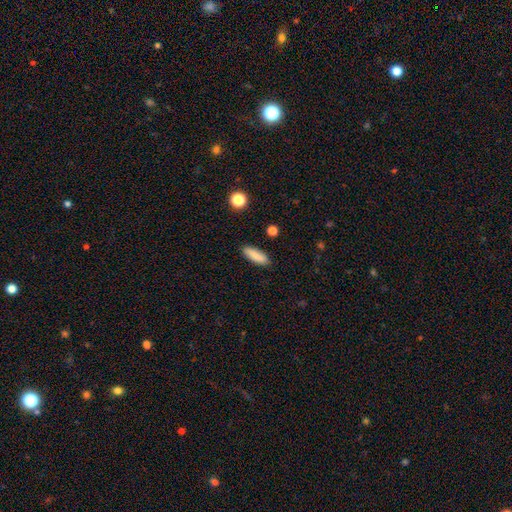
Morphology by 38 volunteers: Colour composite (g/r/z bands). It shows a smooth galaxy with no disk features (82%) that is cigar-shaped (61%). Merging: none (86%).